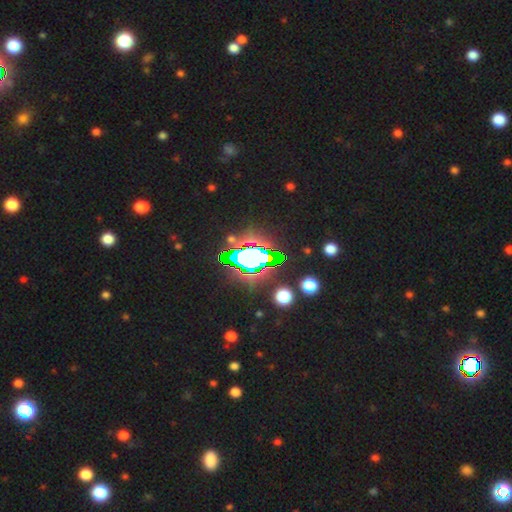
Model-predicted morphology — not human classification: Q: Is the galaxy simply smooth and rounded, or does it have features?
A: star or artifact — 79%.